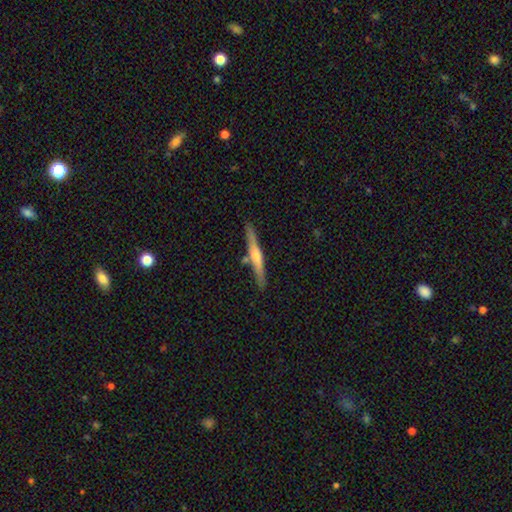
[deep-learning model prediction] Smooth or featured: featured or disk — 61% (smooth — 33%)
Edge-on disk: yes — 97% (no — 3%)
Edge-on bulge: rounded — 82% (none — 13%)
Merging: none — 83% (minor disturbance — 9%)